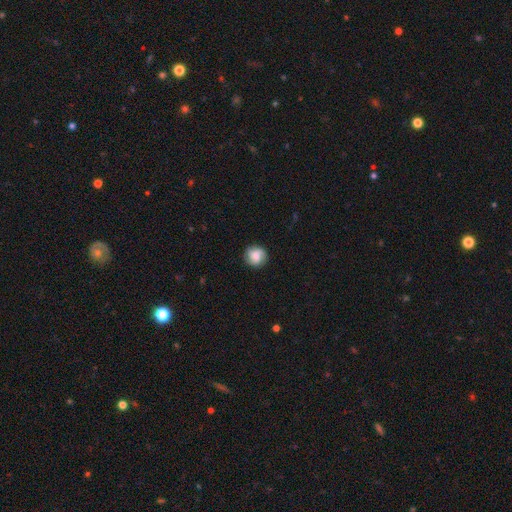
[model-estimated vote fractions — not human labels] This appears to be a smooth galaxy with no disk features (56%) that is round (89%). Merging: none (84%).